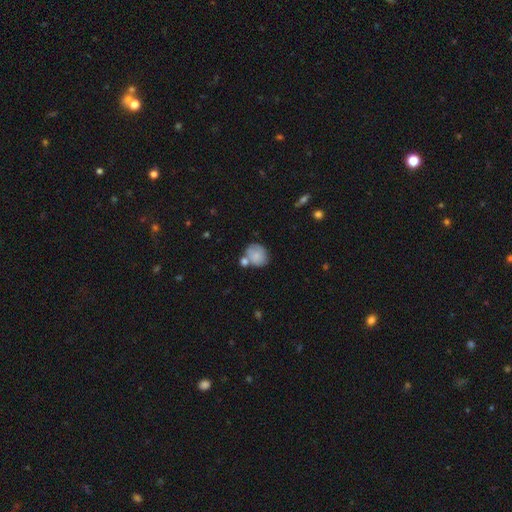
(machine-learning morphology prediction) Q: Smooth or featured?
A: smooth (70%); runner-up: featured or disk (22%)
Q: How rounded?
A: round (70%); runner-up: in between (29%)
Q: Merging?
A: none (48%); runner-up: merger (26%)